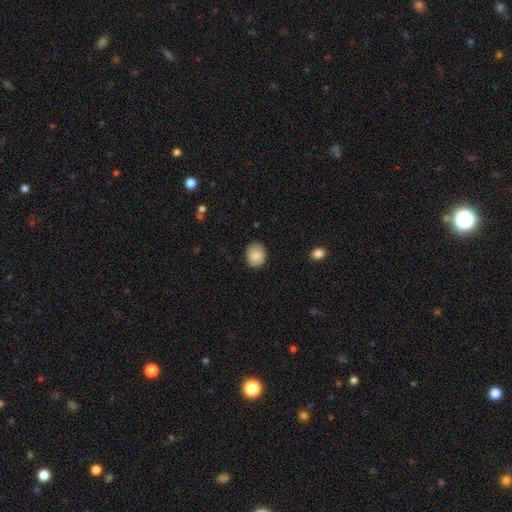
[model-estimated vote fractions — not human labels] Smooth or featured? smooth (88%)
How rounded? round (63%)
Merging? none (85%)